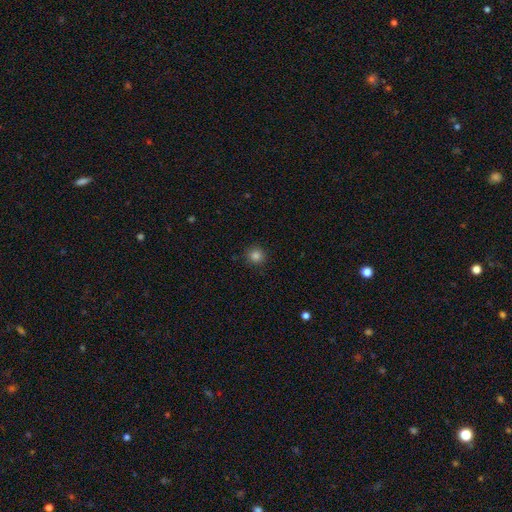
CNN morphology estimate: This is clearly a smooth galaxy (83%). How rounded: clearly round (93%). Merging: clearly none (90%).